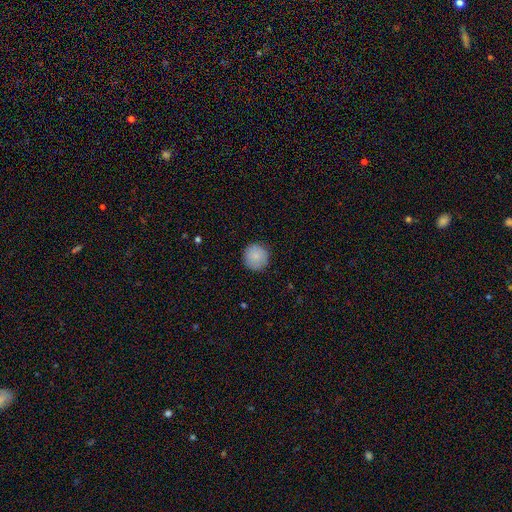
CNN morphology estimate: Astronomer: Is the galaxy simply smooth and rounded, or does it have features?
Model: smooth — 86%.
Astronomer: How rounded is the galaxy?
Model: round — 95%.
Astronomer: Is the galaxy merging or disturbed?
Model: none — 89%.